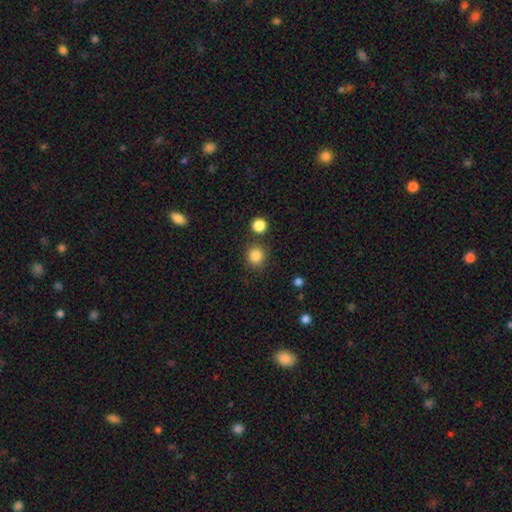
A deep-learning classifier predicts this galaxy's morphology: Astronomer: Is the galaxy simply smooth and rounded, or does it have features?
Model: smooth — 85%.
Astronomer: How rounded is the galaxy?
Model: round — 90%.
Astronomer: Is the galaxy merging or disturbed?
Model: none — 83%.